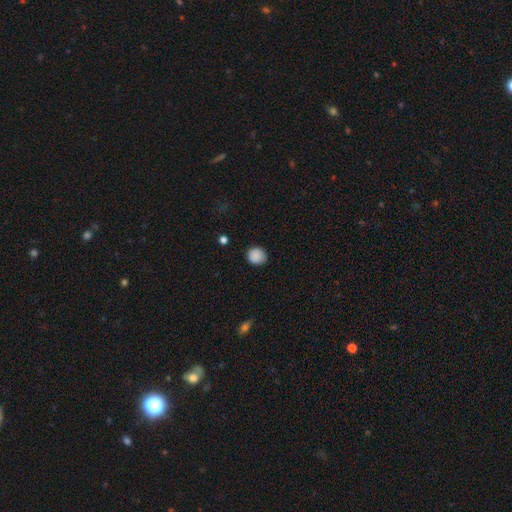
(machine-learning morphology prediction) type=smooth (88%); roundness=round (85%); merging=none (86%).